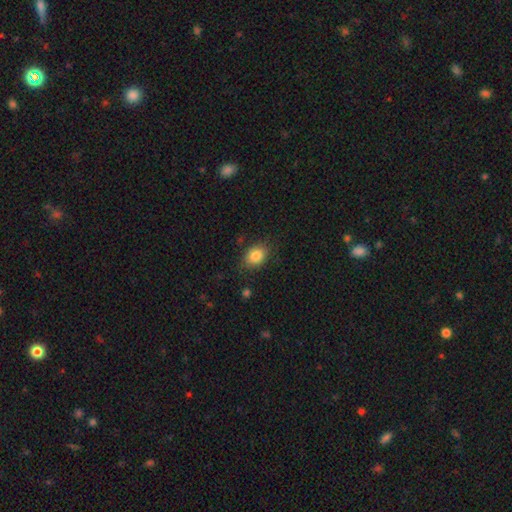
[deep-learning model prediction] This appears to be a smooth galaxy with no disk features (84%) that is in between round and cigar-shaped (66%). Merging: none (81%).